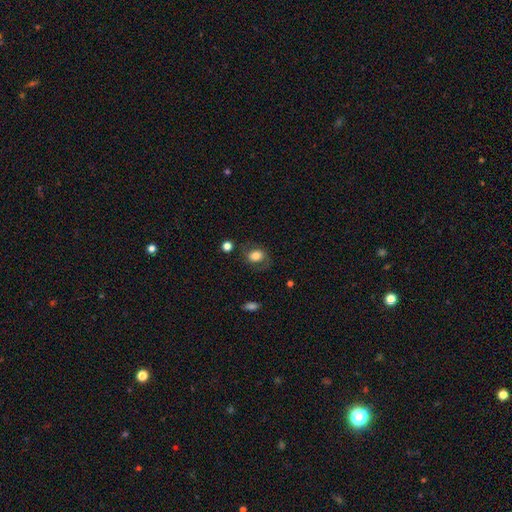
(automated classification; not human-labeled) Smooth or featured? smooth (71%)
How rounded? in between (58%)
Merging? none (67%)